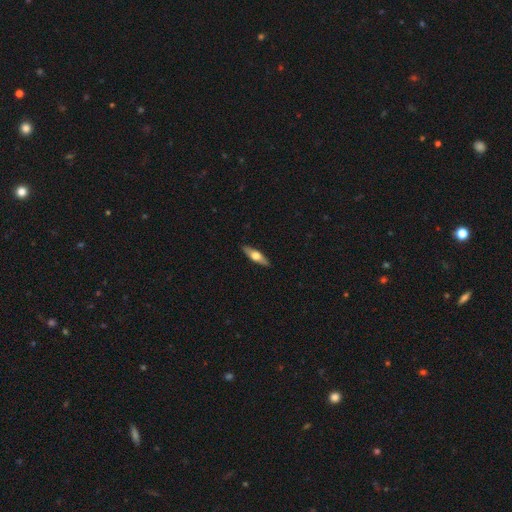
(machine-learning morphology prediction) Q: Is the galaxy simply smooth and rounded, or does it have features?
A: featured or disk — 50%.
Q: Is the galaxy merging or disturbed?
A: none — 90%.